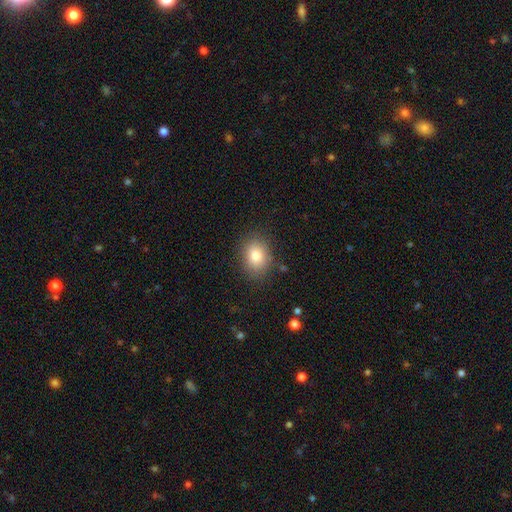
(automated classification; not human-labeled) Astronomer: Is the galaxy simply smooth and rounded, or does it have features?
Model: smooth — 84%.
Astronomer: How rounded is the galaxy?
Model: in between — 65%.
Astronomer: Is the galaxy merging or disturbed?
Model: none — 82%.